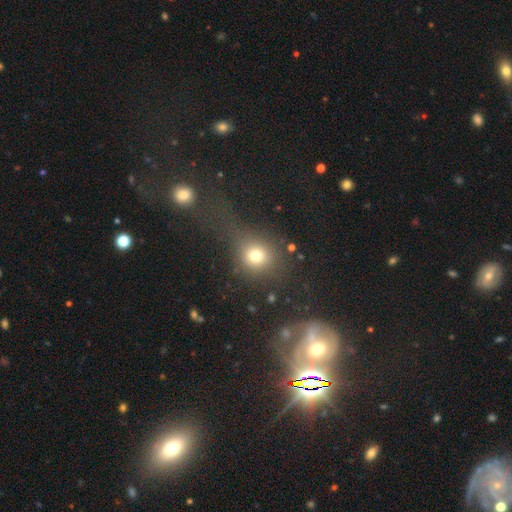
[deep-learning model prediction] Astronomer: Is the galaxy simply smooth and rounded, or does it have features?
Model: smooth — 72%.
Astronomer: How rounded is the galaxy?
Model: round — 82%.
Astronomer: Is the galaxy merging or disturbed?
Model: none — 49%.